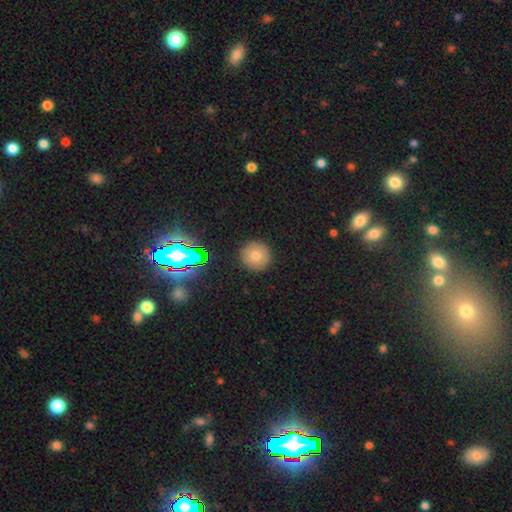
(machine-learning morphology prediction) Q: Smooth or featured?
A: smooth (76%); runner-up: star or artifact (15%)
Q: How rounded?
A: round (95%); runner-up: in between (4%)
Q: Merging?
A: none (91%); runner-up: minor disturbance (6%)